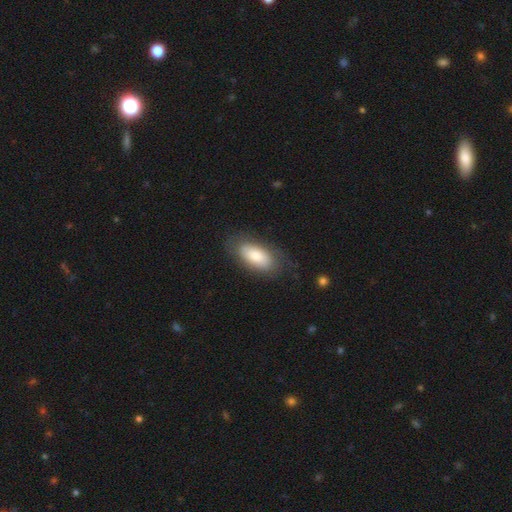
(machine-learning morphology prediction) Overall: smooth (73%). How rounded: in between (89%). Merging: none (76%).